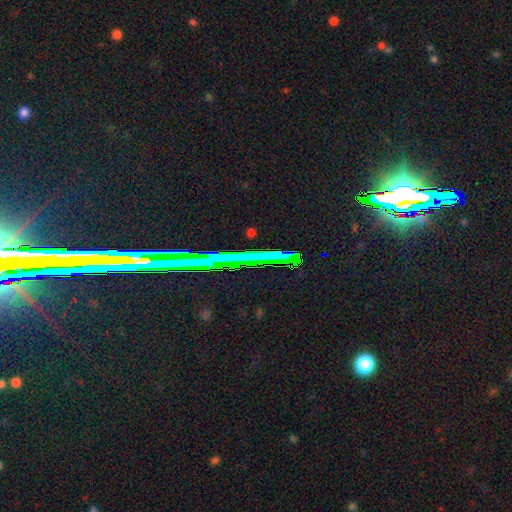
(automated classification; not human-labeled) Q: Smooth or featured?
A: star or artifact (62%); runner-up: featured or disk (22%)